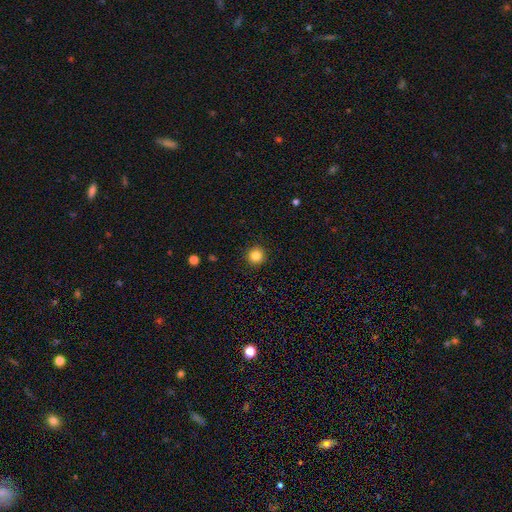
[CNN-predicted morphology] A smooth galaxy with no disk features (85%) that is round (95%). Merging: none (92%).